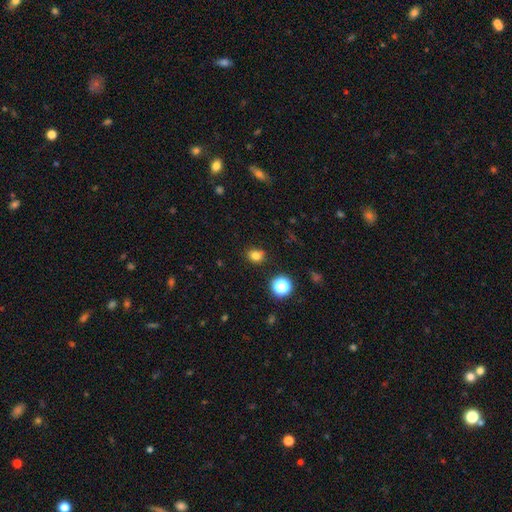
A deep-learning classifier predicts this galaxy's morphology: Q: Smooth or featured?
A: smooth (78%); runner-up: star or artifact (16%)
Q: How rounded?
A: round (59%); runner-up: in between (40%)
Q: Merging?
A: none (82%); runner-up: minor disturbance (11%)